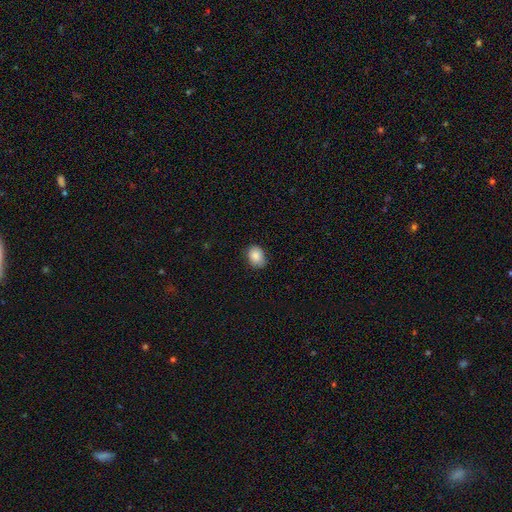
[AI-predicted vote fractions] A smooth galaxy with no disk features (86%) that is in between round and cigar-shaped (65%). Merging: none (80%).